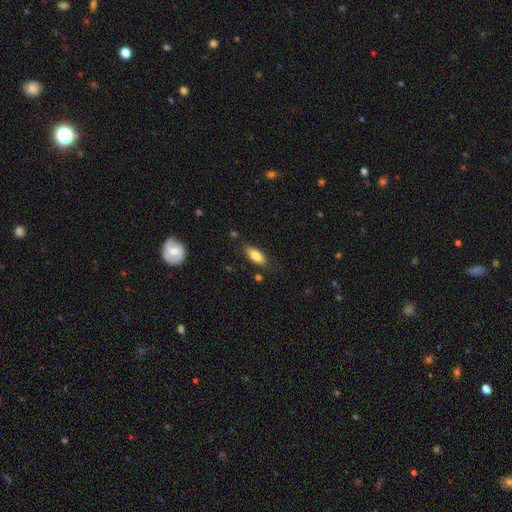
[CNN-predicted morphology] type=smooth (79%); roundness=in between (82%); merging=none (78%).